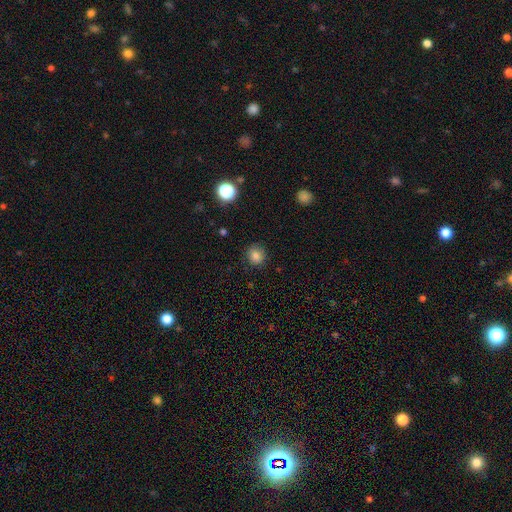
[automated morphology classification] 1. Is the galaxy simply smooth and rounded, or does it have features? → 81% smooth, 13% star or artifact, 6% featured or disk.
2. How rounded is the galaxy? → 85% round, 14% in between, 1% cigar-shaped.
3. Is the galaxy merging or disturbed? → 86% none, 10% minor disturbance, 3% major disturbance, 1% merger.